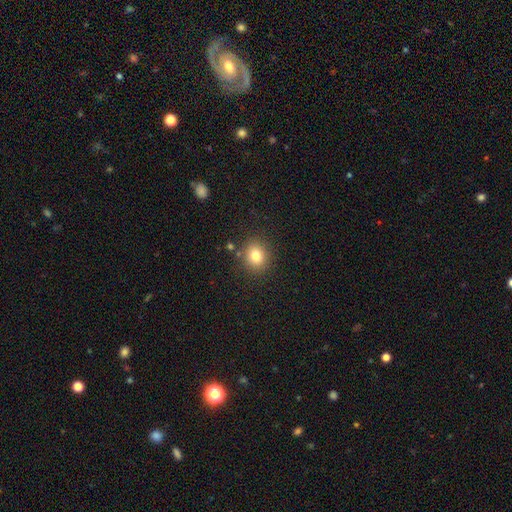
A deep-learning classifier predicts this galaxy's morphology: A smooth galaxy with no disk features (81%) that is round (71%). Merging: none (85%).